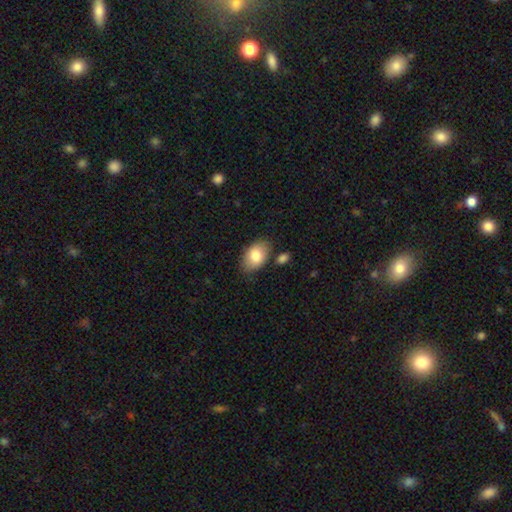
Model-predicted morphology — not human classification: A smooth galaxy with no disk features (81%) that is in between round and cigar-shaped (90%).

Vote fractions:
- Smooth or featured? smooth: 81% / featured or disk: 13% / star or artifact: 6%
- How rounded? in between: 90% / round: 9% / cigar-shaped: 1%
- Merging? none: 78% / minor disturbance: 14% / merger: 5% / major disturbance: 3%